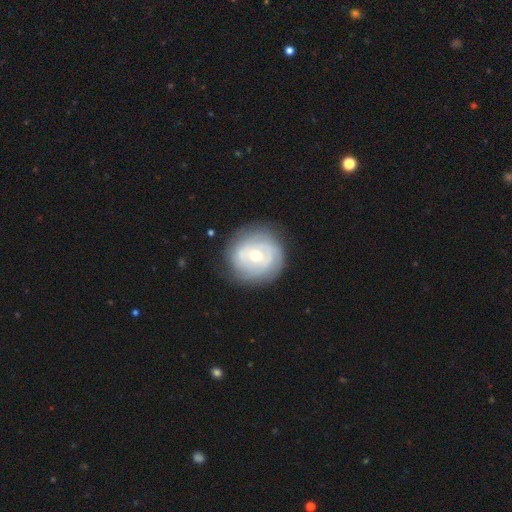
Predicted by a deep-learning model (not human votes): Smooth or featured?
  - featured or disk: 68% *
  - smooth: 26%
  - star or artifact: 6%
Edge-on disk?
  - no: 97% *
  - yes: 3%
Bar?
  - no: 61% *
  - weak: 31%
  - strong: 8%
Spiral arms?
  - yes: 76% *
  - no: 24%
Bulge size?
  - moderate: 58% *
  - small: 37%
  - large: 3%
  - none: 1%
  - dominant: 1%
Merging?
  - none: 79% *
  - minor disturbance: 14%
  - major disturbance: 5%
  - merger: 1%